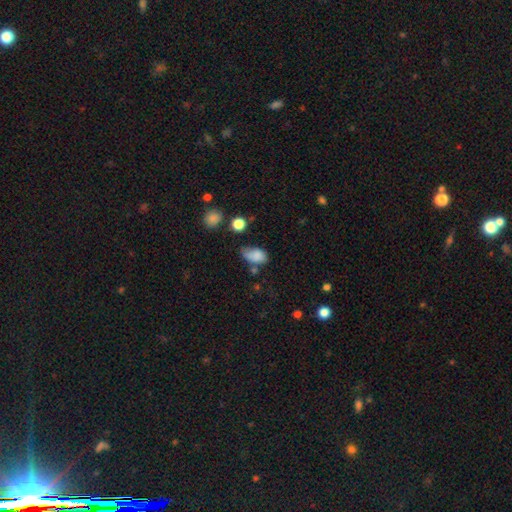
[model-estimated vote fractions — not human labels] This is likely a smooth galaxy (80%). How rounded: clearly in between (89%). Merging: marginally none (37%, tied with minor disturbance).